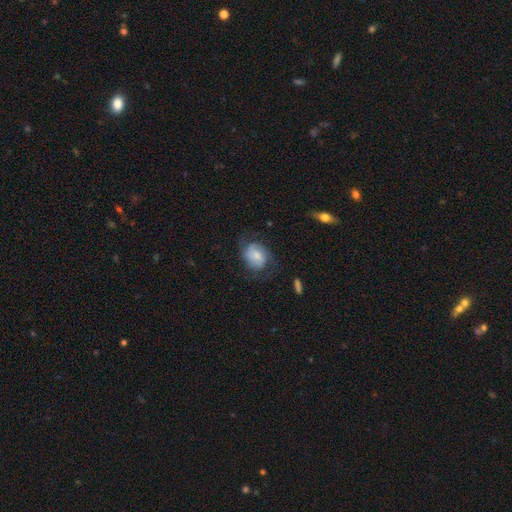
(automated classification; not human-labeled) Overall: smooth (52%; featured or disk 40%). How rounded: round (51%; in between 48%). Merging: none (53%; minor disturbance 25%).